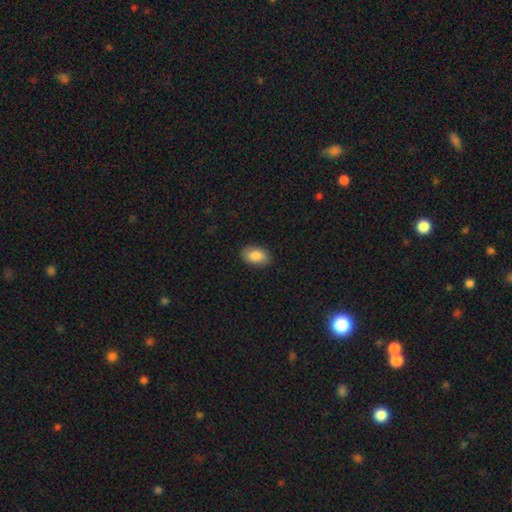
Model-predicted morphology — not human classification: This is clearly a smooth galaxy (86%). How rounded: clearly in between (90%). Merging: clearly none (89%).